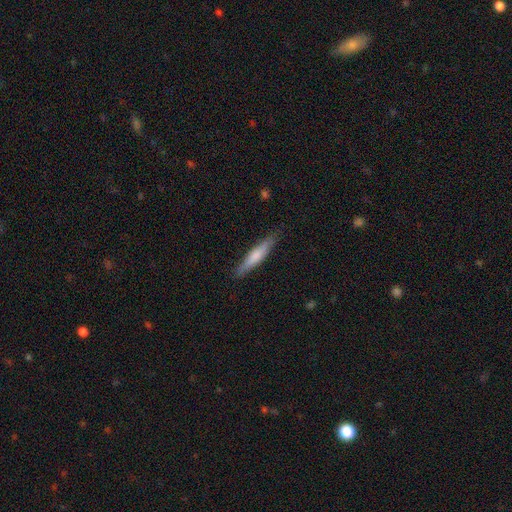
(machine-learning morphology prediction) Q: Smooth or featured?
A: smooth (64%); runner-up: featured or disk (31%)
Q: How rounded?
A: cigar-shaped (90%); runner-up: in between (9%)
Q: Merging?
A: none (87%); runner-up: minor disturbance (10%)